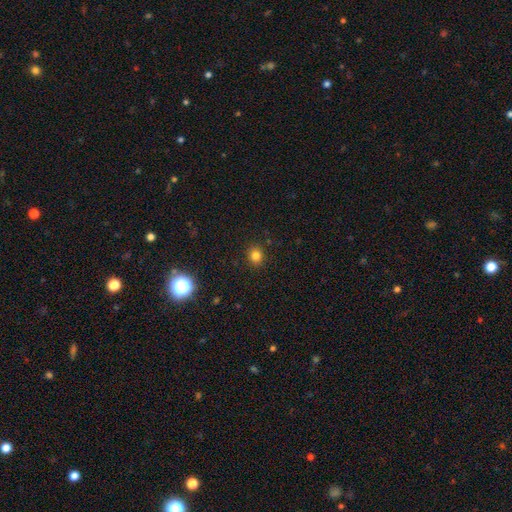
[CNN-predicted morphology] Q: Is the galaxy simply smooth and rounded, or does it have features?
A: smooth — 80%.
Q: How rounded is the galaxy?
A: round — 80%.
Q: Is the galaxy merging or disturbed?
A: none — 90%.